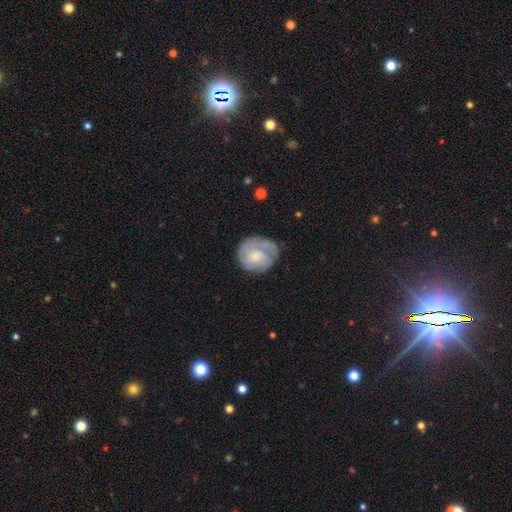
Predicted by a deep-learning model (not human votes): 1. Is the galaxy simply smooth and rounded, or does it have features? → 58% featured or disk, 35% smooth, 7% star or artifact.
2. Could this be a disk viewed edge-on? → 98% no, 2% yes.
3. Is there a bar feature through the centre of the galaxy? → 76% no, 21% weak, 3% strong.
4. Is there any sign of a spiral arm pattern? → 84% yes, 16% no.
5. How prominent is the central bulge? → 65% small, 25% moderate, 6% none, 2% large, 1% dominant.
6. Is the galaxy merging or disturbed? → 60% none, 24% minor disturbance, 14% major disturbance, 2% merger.